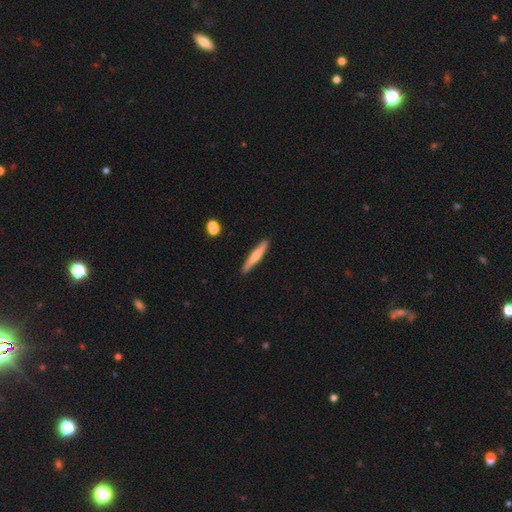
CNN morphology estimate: Smooth or featured?
  - smooth: 57% *
  - featured or disk: 38%
  - star or artifact: 6%
How rounded?
  - cigar-shaped: 93% *
  - in between: 6%
  - round: 1%
Merging?
  - none: 90% *
  - minor disturbance: 7%
  - merger: 2%
  - major disturbance: 1%